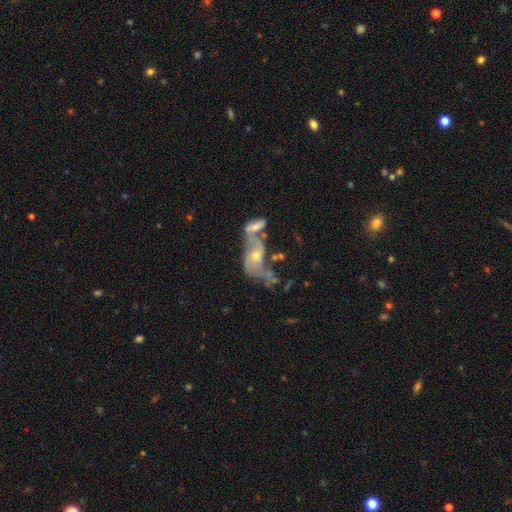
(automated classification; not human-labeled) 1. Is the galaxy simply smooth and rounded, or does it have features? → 59% featured or disk, 23% smooth, 18% star or artifact.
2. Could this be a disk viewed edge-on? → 90% no, 10% yes.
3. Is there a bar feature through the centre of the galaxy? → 75% no, 19% weak, 6% strong.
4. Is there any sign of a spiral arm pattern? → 52% no, 48% yes.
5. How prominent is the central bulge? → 45% moderate, 40% small, 9% none, 4% large, 2% dominant.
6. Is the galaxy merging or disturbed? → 56% merger, 18% none, 16% major disturbance, 9% minor disturbance.